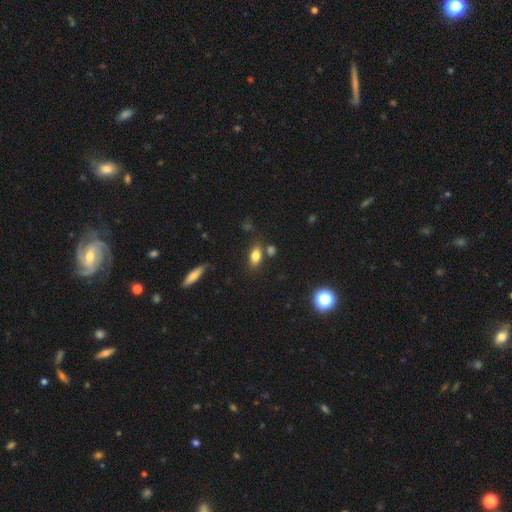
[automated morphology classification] This is likely a smooth galaxy (79%). How rounded: clearly in between (83%). Merging: likely none (74%).